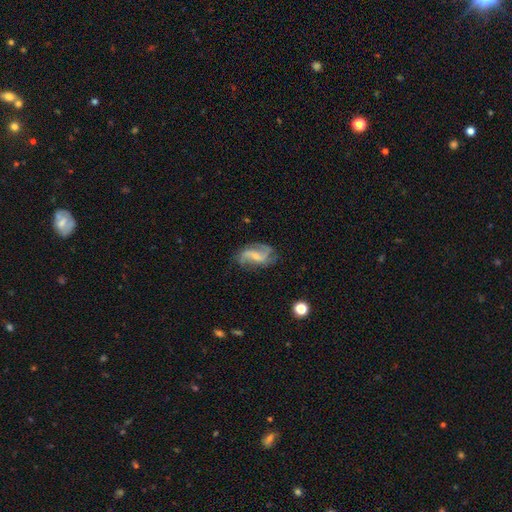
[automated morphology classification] Q: Smooth or featured?
A: featured or disk (75%); runner-up: smooth (17%)
Q: Edge-on disk?
A: no (96%); runner-up: yes (4%)
Q: Bar?
A: weak (47%); runner-up: no (32%)
Q: Spiral arms?
A: yes (91%); runner-up: no (9%)
Q: Spiral winding?
A: loose (56%); runner-up: medium (33%)
Q: Spiral arm count?
A: 2 (68%); runner-up: 3 (11%)
Q: Bulge size?
A: small (40%); runner-up: none (32%)
Q: Merging?
A: none (59%); runner-up: minor disturbance (23%)